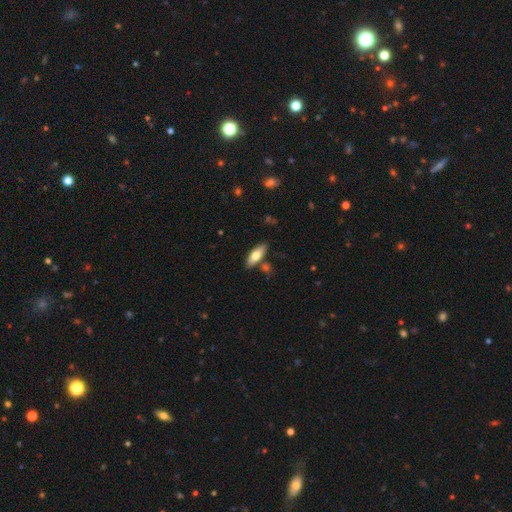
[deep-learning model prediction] Overall: smooth (66%; featured or disk 28%). How rounded: in between (64%; cigar-shaped 33%). Merging: none (80%).